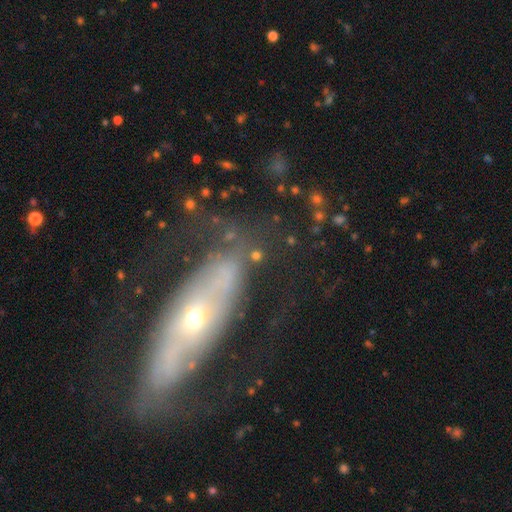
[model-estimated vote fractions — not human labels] smooth_or_featured: featured or disk (p=0.66) [alt: smooth p=0.24]
disk_edge_on: no (p=0.70) [alt: yes p=0.30]
merging: none (p=0.59) [alt: minor disturbance p=0.19]